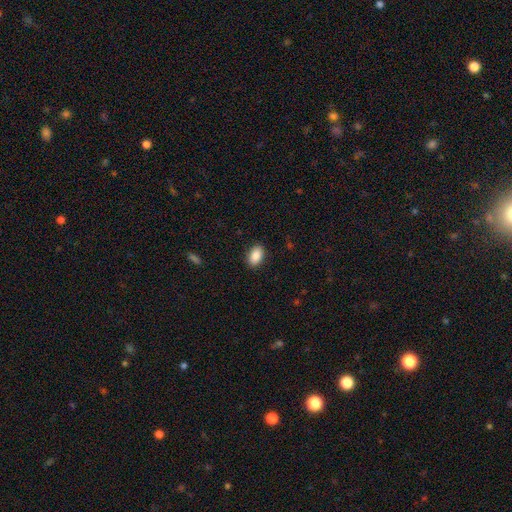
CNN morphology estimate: Smooth or featured? smooth (89%)
How rounded? in between (92%)
Merging? none (89%)